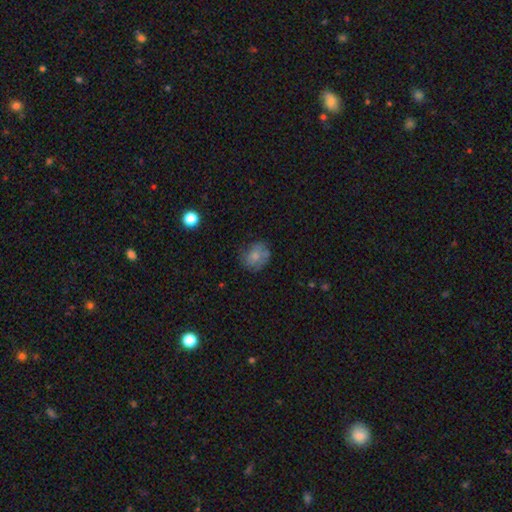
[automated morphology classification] smooth 63%, featured or disk 27%, star or artifact 9%. Down the decision tree: how rounded — round (61%); merging — none (63%).